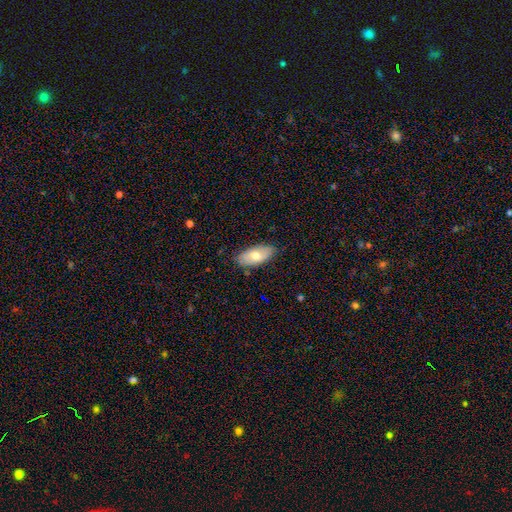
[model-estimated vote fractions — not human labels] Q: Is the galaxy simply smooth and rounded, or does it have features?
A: smooth — 66%.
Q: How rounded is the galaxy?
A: in between — 91%.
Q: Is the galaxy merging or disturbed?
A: none — 81%.